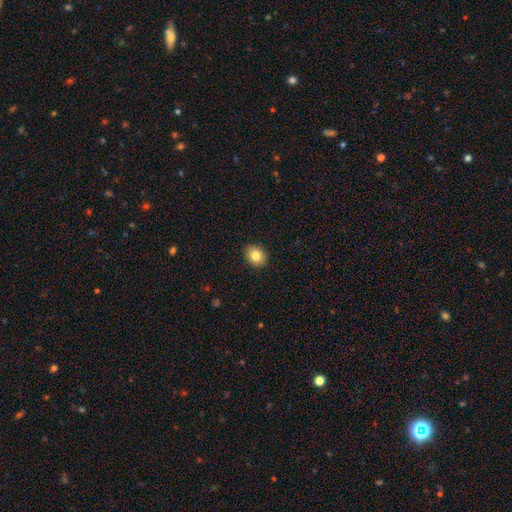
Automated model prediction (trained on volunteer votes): This is clearly a smooth galaxy (82%). How rounded: possibly round (55%). Merging: clearly none (91%).